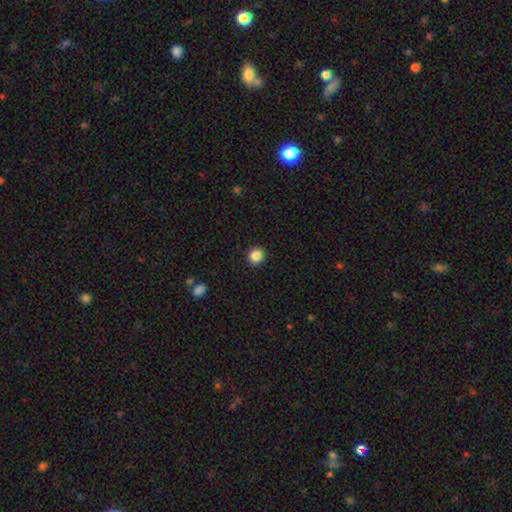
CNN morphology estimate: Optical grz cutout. It shows a smooth galaxy with no disk features (87%) that is round (92%). Merging: none (92%).